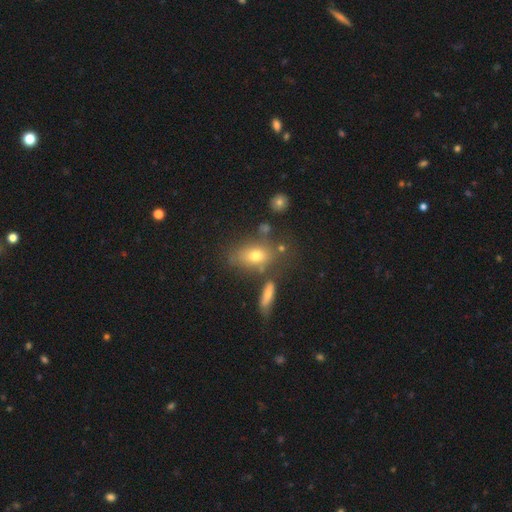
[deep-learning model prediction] Smooth or featured? Predicted: smooth (p=0.70). How rounded? Predicted: in between (p=0.78). Merging? Predicted: none (p=0.61).